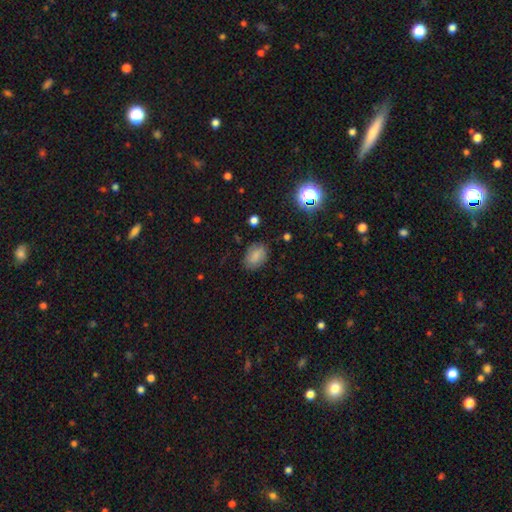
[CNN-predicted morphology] Overall: smooth (76%). How rounded: in between (78%). Merging: none (78%).